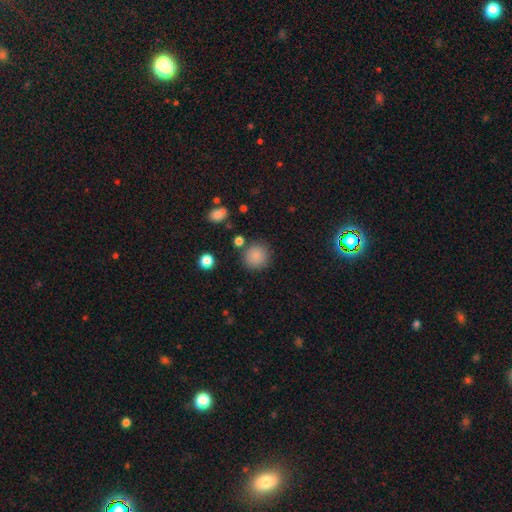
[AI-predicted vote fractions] smooth-or-featured: smooth: 85% | star or artifact: 10% | featured or disk: 5%
  how-rounded: round: 90% | in between: 9% | cigar-shaped: 1%
  merging: none: 83% | minor disturbance: 9% | merger: 4% | major disturbance: 3%